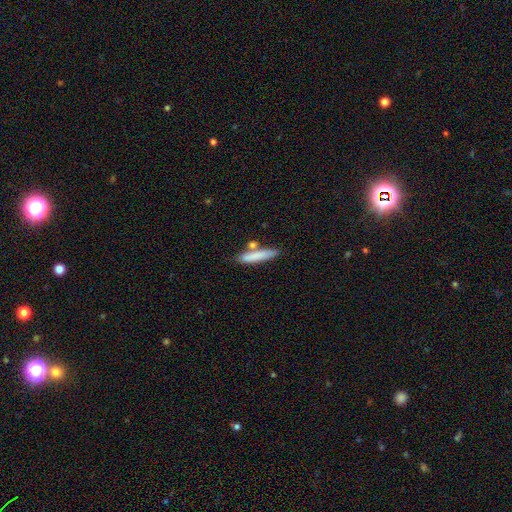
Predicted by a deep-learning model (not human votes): Overall: smooth (79%). How rounded: cigar-shaped (85%). Merging: none (69%).